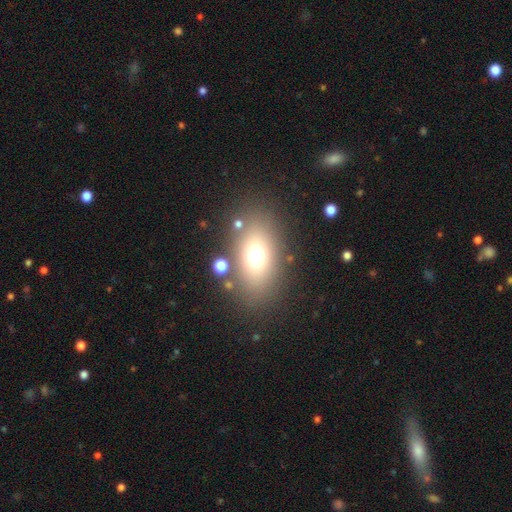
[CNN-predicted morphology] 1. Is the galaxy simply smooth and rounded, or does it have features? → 69% smooth, 16% star or artifact, 15% featured or disk.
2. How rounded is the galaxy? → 78% in between, 19% round, 2% cigar-shaped.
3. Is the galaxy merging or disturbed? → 80% none, 10% minor disturbance, 6% major disturbance, 5% merger.